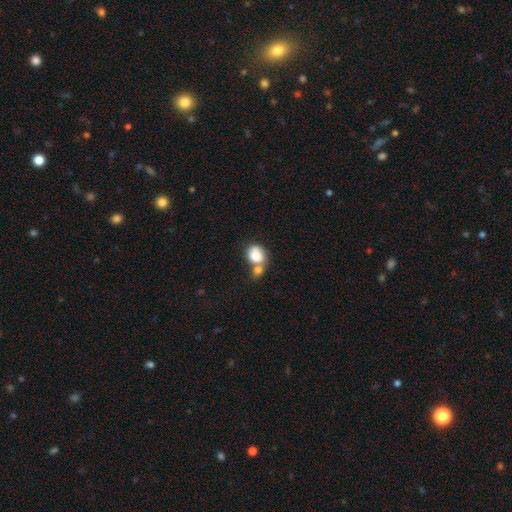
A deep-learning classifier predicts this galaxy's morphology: smooth-or-featured: smooth: 79% | featured or disk: 13% | star or artifact: 8%
  how-rounded: in between: 58% | round: 41% | cigar-shaped: 1%
  merging: merger: 58% | none: 24% | minor disturbance: 11% | major disturbance: 7%